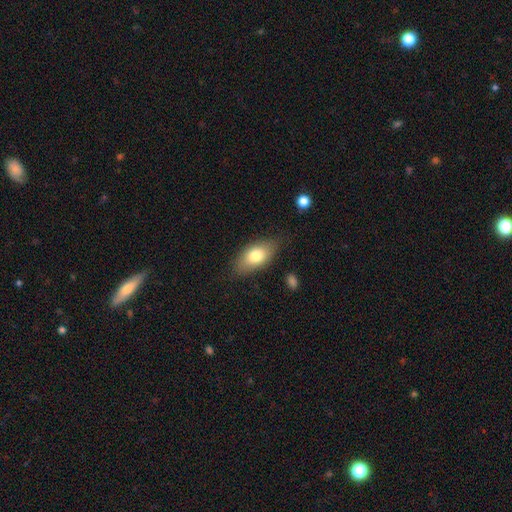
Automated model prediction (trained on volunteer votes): A smooth galaxy with no disk features (75%) that is in between round and cigar-shaped (88%).

Vote fractions:
- Smooth or featured? smooth: 75% / featured or disk: 17% / star or artifact: 7%
- How rounded? in between: 88% / cigar-shaped: 7% / round: 5%
- Merging? none: 78% / minor disturbance: 17% / major disturbance: 4% / merger: 2%